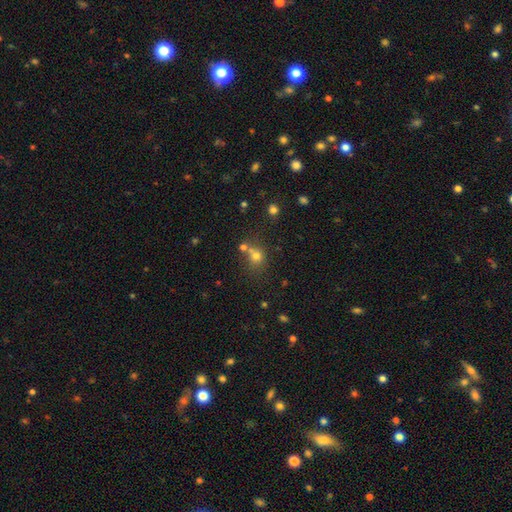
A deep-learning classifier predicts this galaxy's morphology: type=smooth (69%); roundness=round (78%); merging=none (49%).